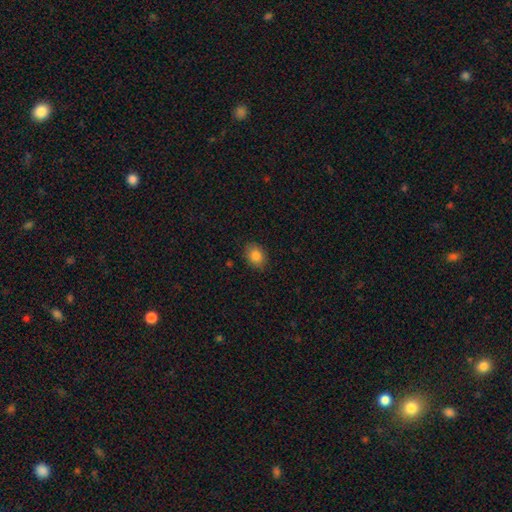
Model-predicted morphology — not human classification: This is clearly a smooth galaxy (84%). How rounded: likely in between (65%). Merging: clearly none (86%).